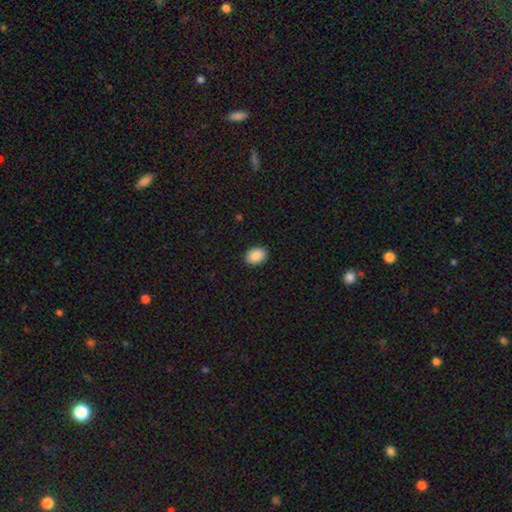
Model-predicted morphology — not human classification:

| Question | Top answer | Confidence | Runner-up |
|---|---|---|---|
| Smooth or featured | smooth | 90% | star or artifact (7%) |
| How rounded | in between | 79% | round (20%) |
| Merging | none | 90% | minor disturbance (7%) |